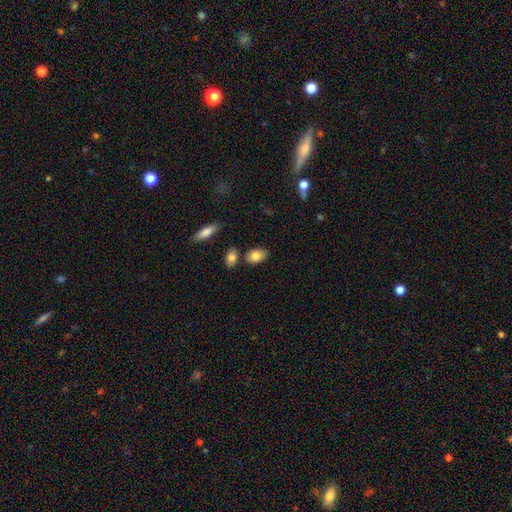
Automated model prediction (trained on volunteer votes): This is clearly a smooth galaxy (82%). How rounded: clearly in between (88%). Merging: likely none (77%).